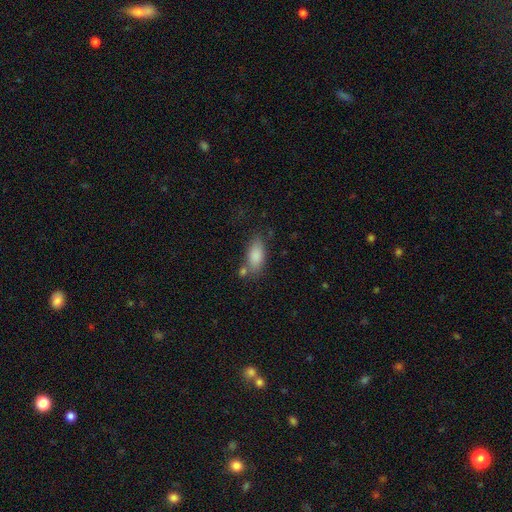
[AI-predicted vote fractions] Smooth or featured? Predicted: smooth (p=0.85). How rounded? Predicted: in between (p=0.86). Merging? Predicted: none (p=0.61).